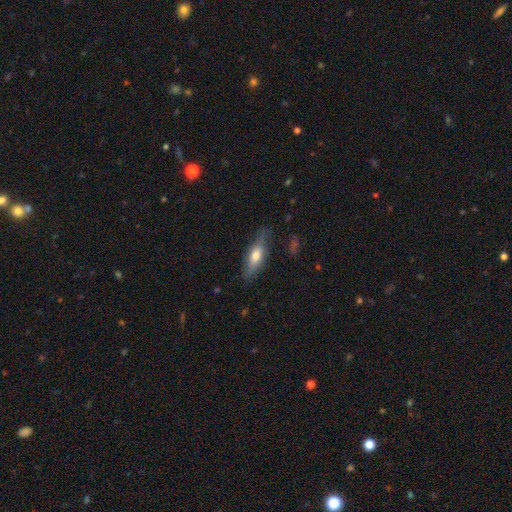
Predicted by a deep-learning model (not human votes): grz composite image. It shows a smooth galaxy with no disk features (65%) that is in between round and cigar-shaped (60%). Merging: none (68%).